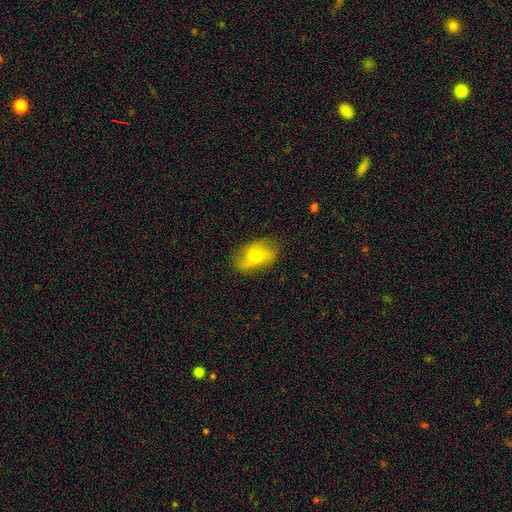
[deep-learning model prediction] smooth_or_featured: smooth (p=0.50) [alt: featured or disk p=0.42]
merging: none (p=0.70) [alt: minor disturbance p=0.21]